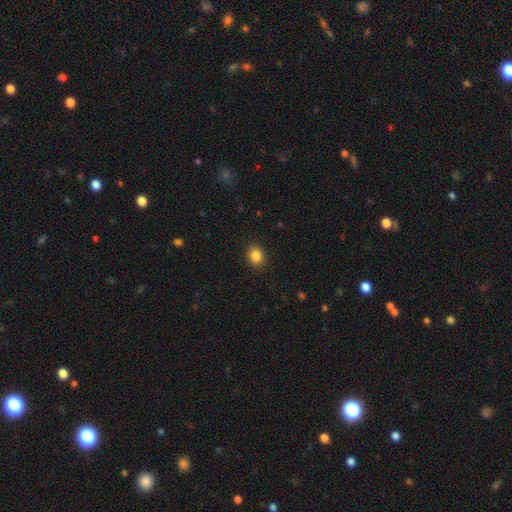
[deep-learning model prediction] Smooth or featured? Predicted: smooth (p=0.85). How rounded? Predicted: round (p=0.53). Merging? Predicted: none (p=0.90).